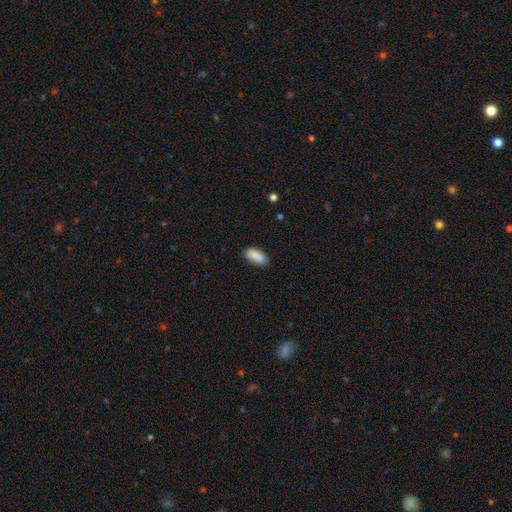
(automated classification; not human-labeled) Q: Smooth or featured?
A: smooth (88%); runner-up: star or artifact (7%)
Q: How rounded?
A: in between (90%); runner-up: cigar-shaped (8%)
Q: Merging?
A: none (79%); runner-up: minor disturbance (16%)